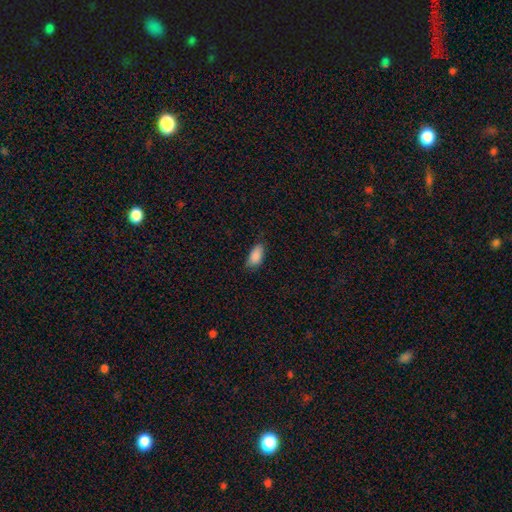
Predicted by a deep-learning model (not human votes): The model was most divided on "merging": none: 73%, minor disturbance: 22%, major disturbance: 4%, merger: 1%. More confident: how rounded — in between (92%); smooth or featured — smooth (88%).